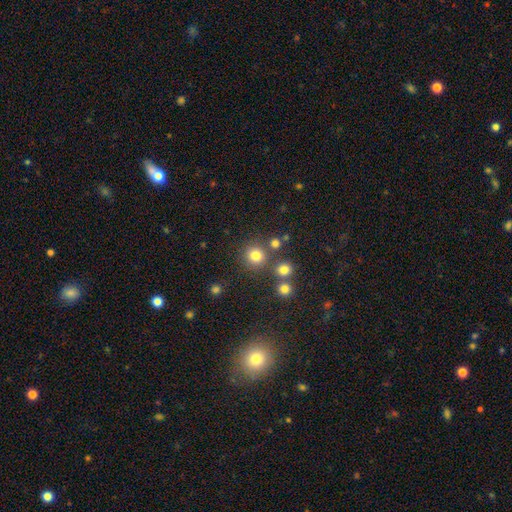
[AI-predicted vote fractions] This is likely a smooth galaxy (78%). How rounded: clearly round (92%). Merging: likely none (78%).